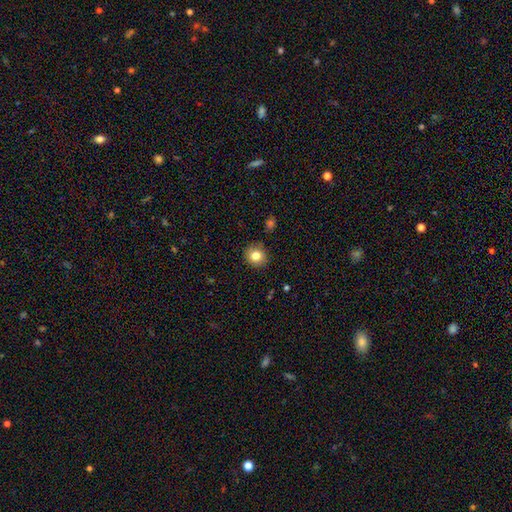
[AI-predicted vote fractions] The model was most divided on "smooth or featured": smooth: 82%, star or artifact: 11%, featured or disk: 8%. More confident: merging — none (88%); how rounded — round (86%).